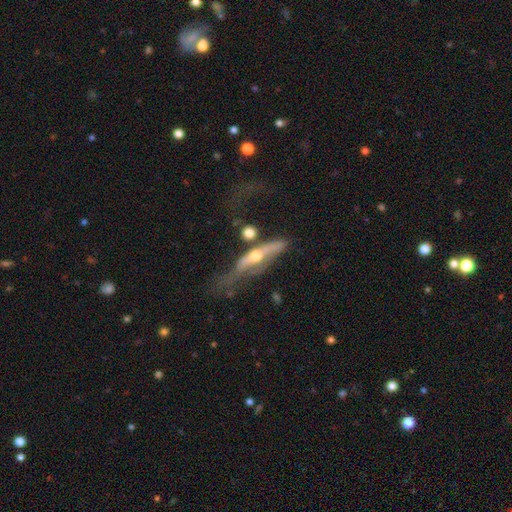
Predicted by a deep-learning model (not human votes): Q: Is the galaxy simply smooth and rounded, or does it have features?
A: featured or disk — 65%.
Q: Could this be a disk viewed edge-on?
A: yes — 74%.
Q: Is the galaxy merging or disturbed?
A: major disturbance — 32%.